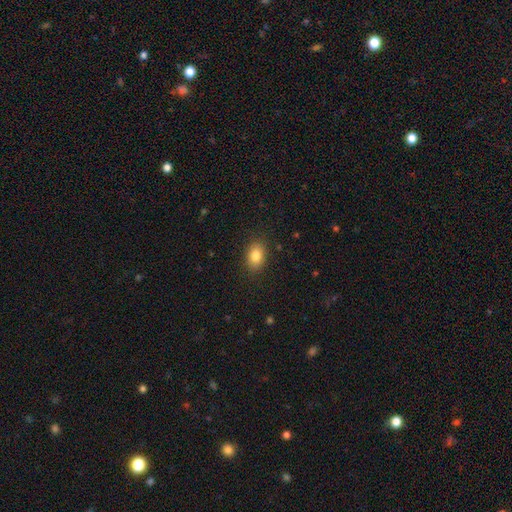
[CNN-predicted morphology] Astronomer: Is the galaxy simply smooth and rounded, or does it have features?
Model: smooth — 84%.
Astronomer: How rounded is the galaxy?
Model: in between — 82%.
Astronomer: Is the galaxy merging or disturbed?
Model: none — 86%.